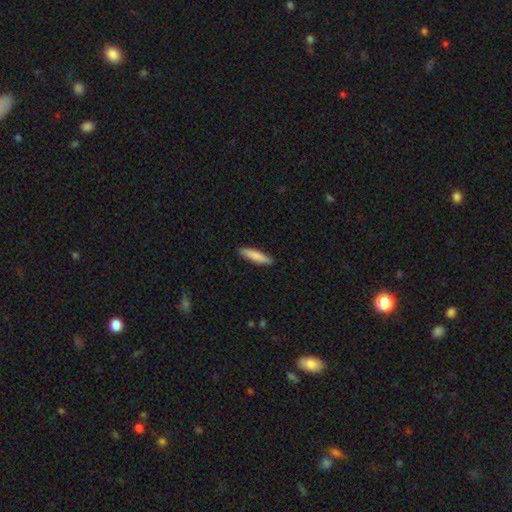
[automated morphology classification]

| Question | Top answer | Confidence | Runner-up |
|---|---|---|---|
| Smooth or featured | smooth | 83% | featured or disk (11%) |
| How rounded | cigar-shaped | 83% | in between (16%) |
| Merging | none | 90% | minor disturbance (8%) |